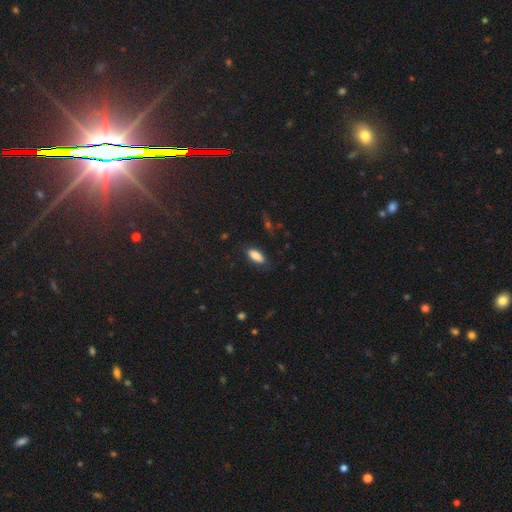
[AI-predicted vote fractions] Smooth or featured? smooth (86%)
How rounded? in between (83%)
Merging? none (79%)